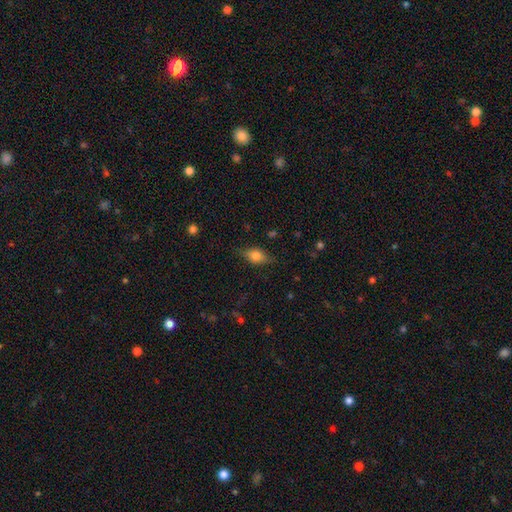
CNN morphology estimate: Q: Smooth or featured?
A: smooth (64%); runner-up: featured or disk (27%)
Q: How rounded?
A: in between (77%); runner-up: round (13%)
Q: Merging?
A: none (77%); runner-up: minor disturbance (17%)